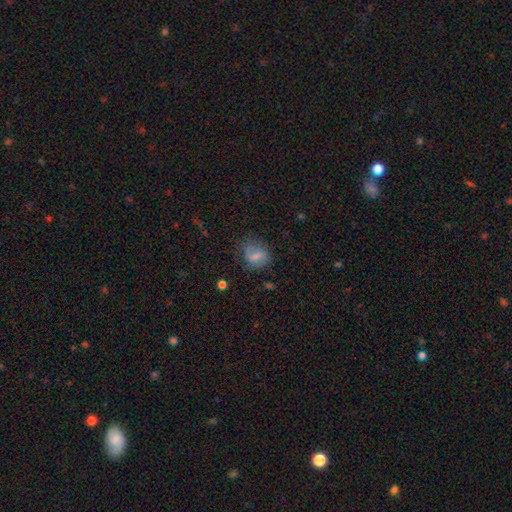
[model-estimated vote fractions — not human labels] This appears to be a smooth galaxy with no disk features (63%) that is round (52%). Merging: none (54%).